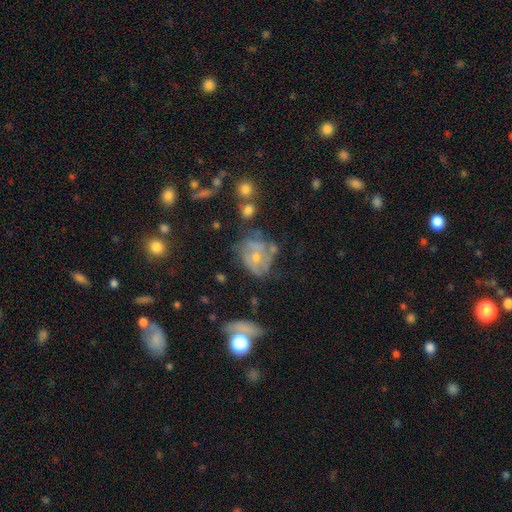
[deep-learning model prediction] This appears to be a featured or disk galaxy (56%) with no bar (72%), spiral arms (54%) and a small central bulge (55%). Merging: none (43%).